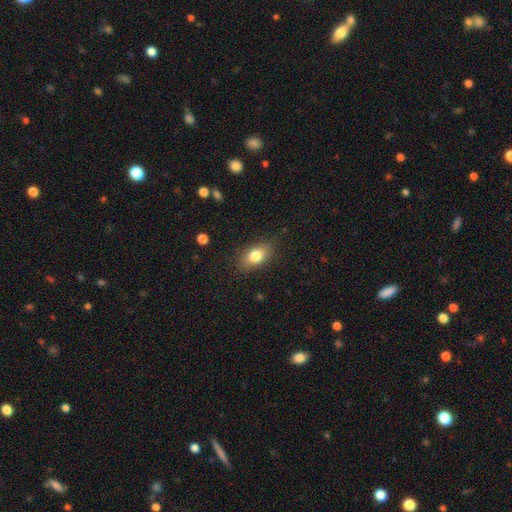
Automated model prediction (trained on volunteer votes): Smooth or featured?
  - smooth: 80% *
  - featured or disk: 11%
  - star or artifact: 8%
How rounded?
  - in between: 84% *
  - round: 12%
  - cigar-shaped: 4%
Merging?
  - none: 83% *
  - minor disturbance: 12%
  - major disturbance: 3%
  - merger: 1%